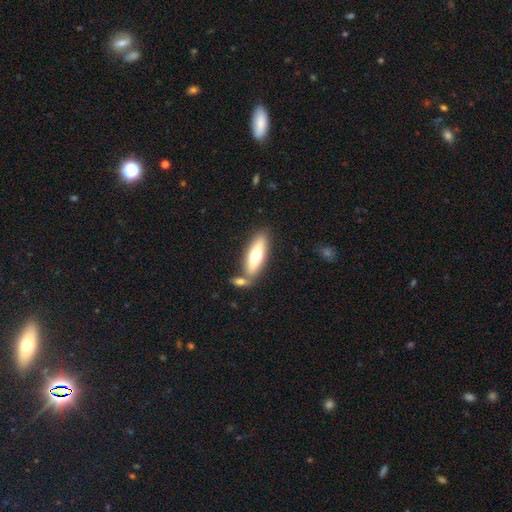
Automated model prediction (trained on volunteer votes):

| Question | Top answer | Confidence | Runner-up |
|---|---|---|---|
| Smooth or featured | smooth | 58% | featured or disk (37%) |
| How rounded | cigar-shaped | 52% | in between (46%) |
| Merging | none | 67% | merger (19%) |